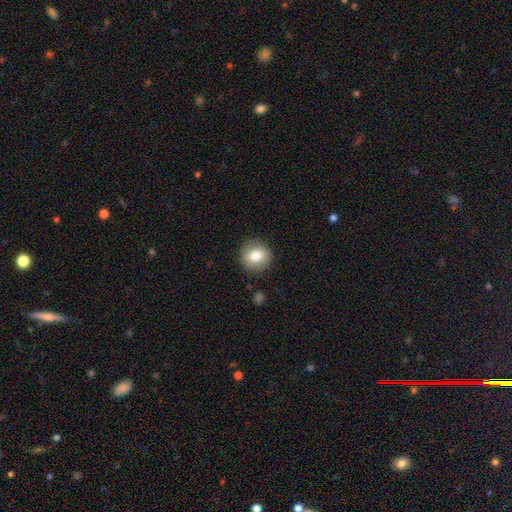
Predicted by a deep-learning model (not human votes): A smooth galaxy with no disk features (78%) that is round (91%).

Vote fractions:
- Smooth or featured? smooth: 78% / featured or disk: 13% / star or artifact: 9%
- How rounded? round: 91% / in between: 8% / cigar-shaped: 1%
- Merging? none: 88% / minor disturbance: 8% / major disturbance: 2% / merger: 1%